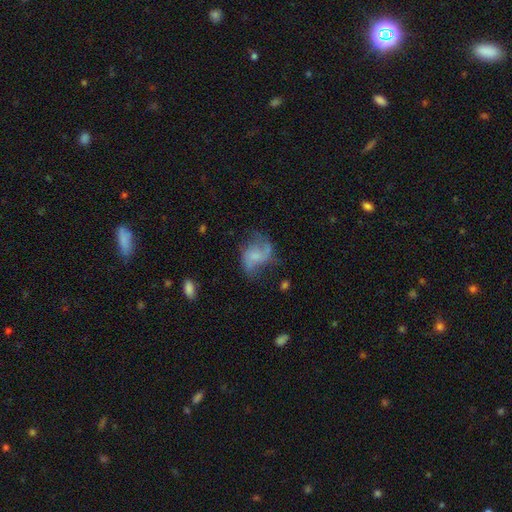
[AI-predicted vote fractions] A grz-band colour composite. It shows a featured or disk galaxy (60%) with no bar (64%), spiral arms (74%) and no central bulge (50%). Merging: none (43%).